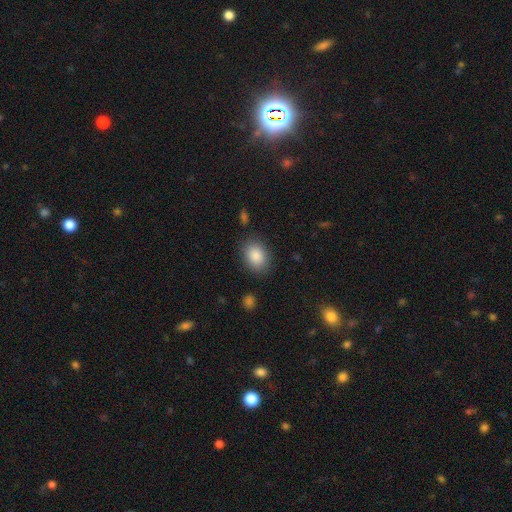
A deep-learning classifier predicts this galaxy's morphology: Smooth or featured? Predicted: smooth (p=0.87). How rounded? Predicted: in between (p=0.74). Merging? Predicted: none (p=0.83).